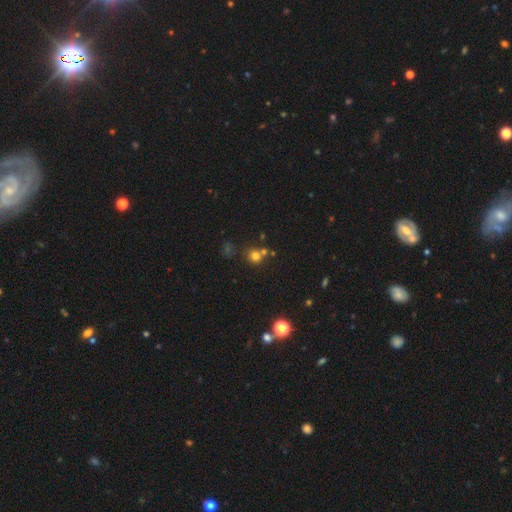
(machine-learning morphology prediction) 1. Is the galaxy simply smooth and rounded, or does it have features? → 70% smooth, 21% star or artifact, 9% featured or disk.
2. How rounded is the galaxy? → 87% round, 12% in between, 1% cigar-shaped.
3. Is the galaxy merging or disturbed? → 62% none, 24% merger, 9% minor disturbance, 4% major disturbance.